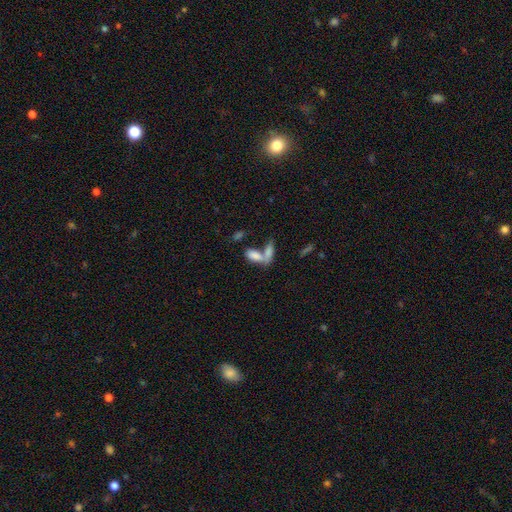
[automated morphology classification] Smooth or featured? Predicted: smooth (p=0.78). How rounded? Predicted: in between (p=0.82). Merging? Predicted: merger (p=0.61).